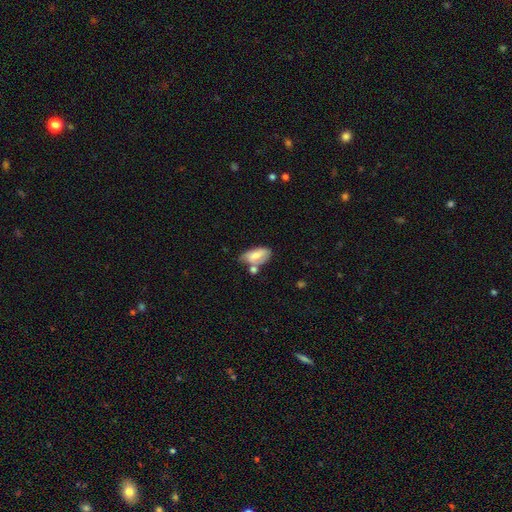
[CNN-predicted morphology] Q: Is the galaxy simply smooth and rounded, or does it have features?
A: smooth — 66%.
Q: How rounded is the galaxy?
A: in between — 90%.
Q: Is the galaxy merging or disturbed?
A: none — 37%.